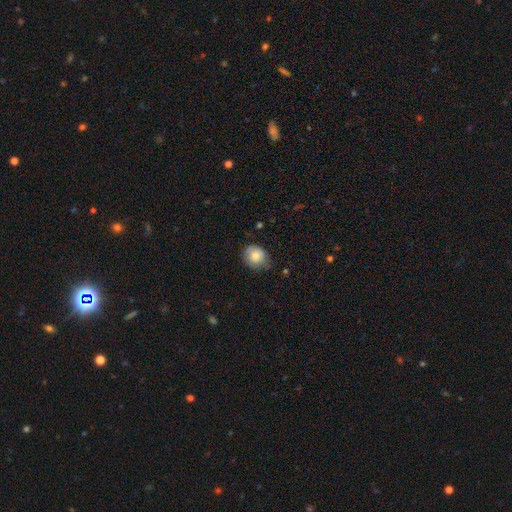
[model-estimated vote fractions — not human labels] smooth_or_featured: smooth (p=0.76) [alt: featured or disk p=0.16]
how_rounded: round (p=0.74) [alt: in between p=0.25]
merging: none (p=0.64) [alt: minor disturbance p=0.28]